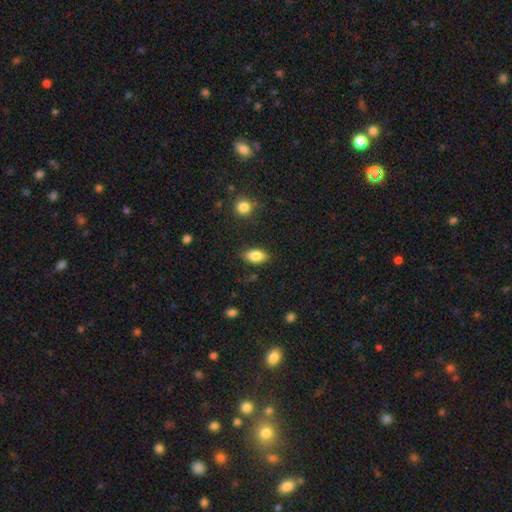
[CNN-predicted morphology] Smooth or featured? Predicted: smooth (p=0.85). How rounded? Predicted: in between (p=0.90). Merging? Predicted: none (p=0.84).